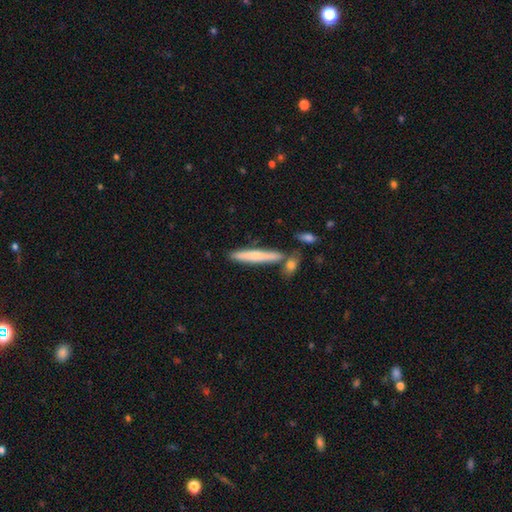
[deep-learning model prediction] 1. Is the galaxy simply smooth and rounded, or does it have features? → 67% smooth, 27% featured or disk, 6% star or artifact.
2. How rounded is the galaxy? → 94% cigar-shaped, 5% in between, 1% round.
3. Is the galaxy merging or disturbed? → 79% none, 11% minor disturbance, 8% merger, 2% major disturbance.